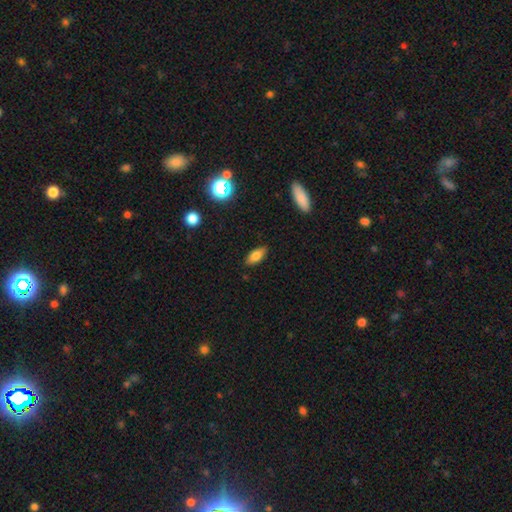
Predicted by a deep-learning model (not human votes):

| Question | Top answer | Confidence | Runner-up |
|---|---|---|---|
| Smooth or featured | smooth | 77% | featured or disk (14%) |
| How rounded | in between | 81% | cigar-shaped (16%) |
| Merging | none | 87% | minor disturbance (9%) |